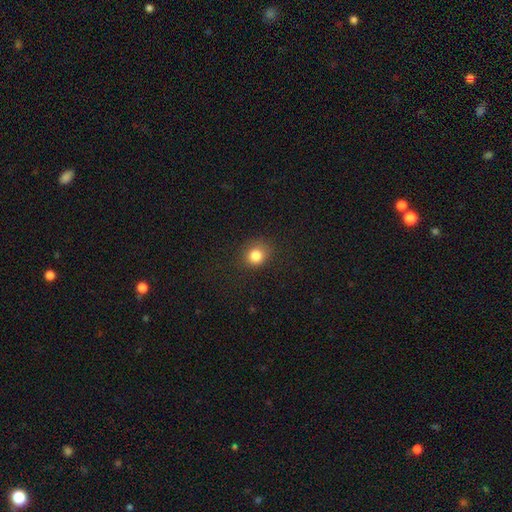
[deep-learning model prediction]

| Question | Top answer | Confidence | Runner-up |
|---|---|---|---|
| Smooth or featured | smooth | 83% | star or artifact (12%) |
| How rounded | round | 79% | in between (20%) |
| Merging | none | 81% | minor disturbance (13%) |